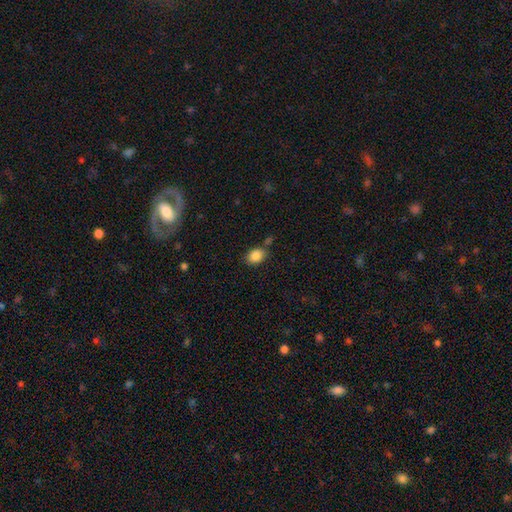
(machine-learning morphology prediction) smooth-or-featured: smooth: 87% | star or artifact: 9% | featured or disk: 5%
  how-rounded: in between: 69% | round: 30% | cigar-shaped: 1%
  merging: none: 71% | minor disturbance: 16% | merger: 9% | major disturbance: 4%